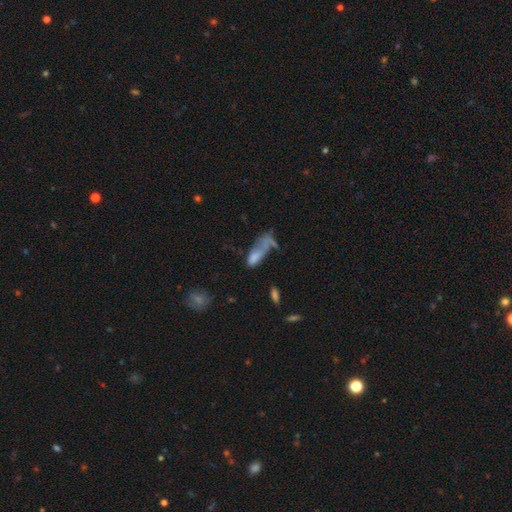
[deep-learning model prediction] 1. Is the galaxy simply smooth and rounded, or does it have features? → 64% smooth, 25% featured or disk, 11% star or artifact.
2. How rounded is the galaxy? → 66% in between, 30% cigar-shaped, 4% round.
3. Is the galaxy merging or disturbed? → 39% major disturbance, 25% merger, 20% none, 16% minor disturbance.